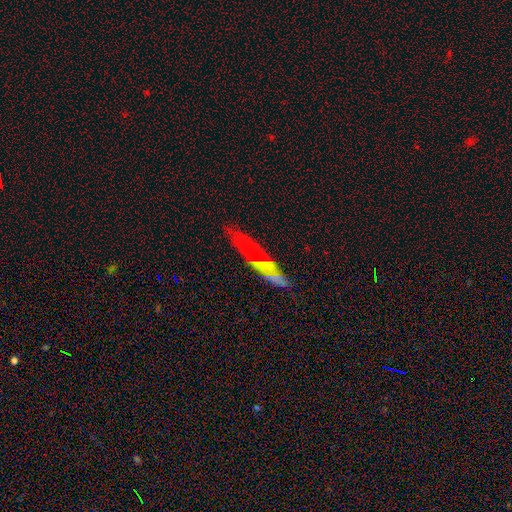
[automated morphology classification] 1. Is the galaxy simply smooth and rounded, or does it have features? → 45% smooth, 36% featured or disk, 19% star or artifact.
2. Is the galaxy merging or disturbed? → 75% none, 16% minor disturbance, 6% major disturbance, 4% merger.